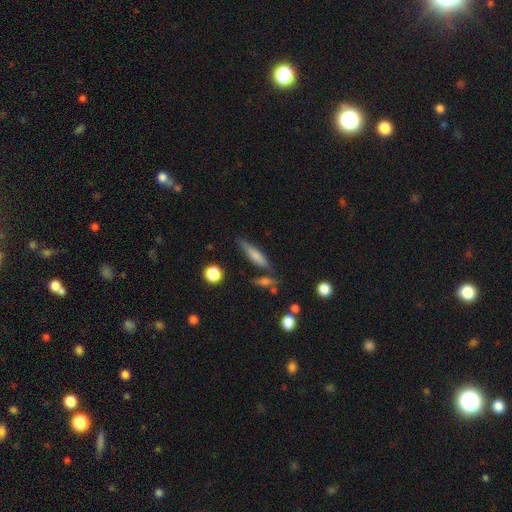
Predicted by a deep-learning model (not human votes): Morphology: type=smooth (65%); roundness=cigar-shaped (76%); merging=none (71%).